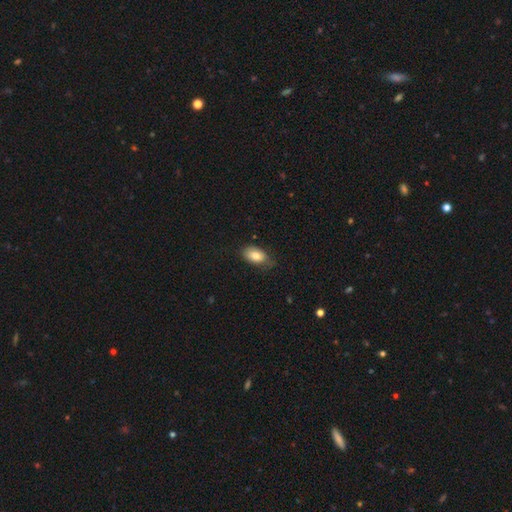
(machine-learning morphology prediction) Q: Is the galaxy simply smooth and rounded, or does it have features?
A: smooth — 82%.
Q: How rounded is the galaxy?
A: in between — 91%.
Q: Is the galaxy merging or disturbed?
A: none — 65%.